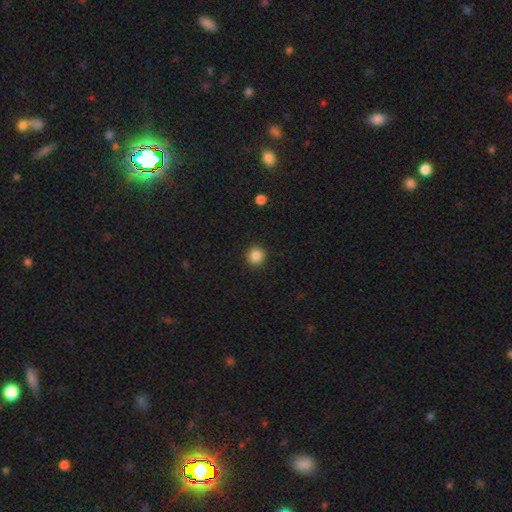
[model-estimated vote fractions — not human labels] A smooth galaxy with no disk features (87%) that is round (92%). Merging: none (91%).